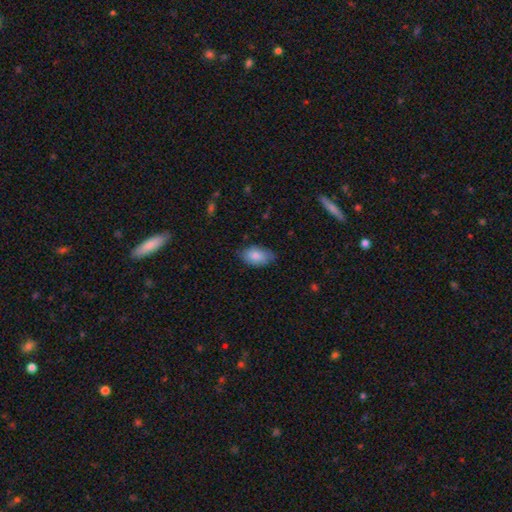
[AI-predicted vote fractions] Q: Smooth or featured?
A: smooth (83%); runner-up: featured or disk (11%)
Q: How rounded?
A: in between (92%); runner-up: round (6%)
Q: Merging?
A: none (73%); runner-up: minor disturbance (22%)